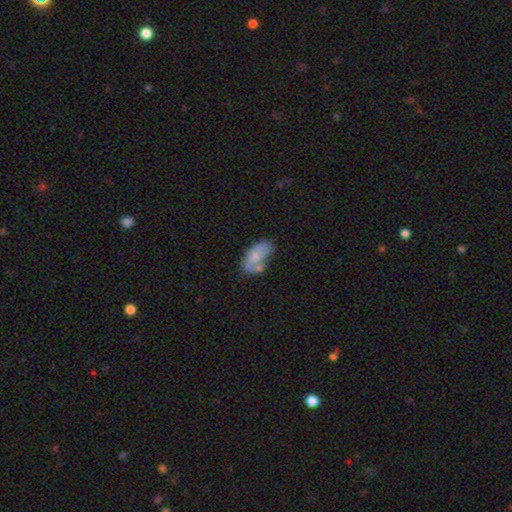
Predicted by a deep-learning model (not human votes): smooth_or_featured: smooth (p=0.62) [alt: featured or disk p=0.31]
how_rounded: in between (p=0.93) [alt: round p=0.04]
merging: none (p=0.39) [alt: minor disturbance p=0.26]